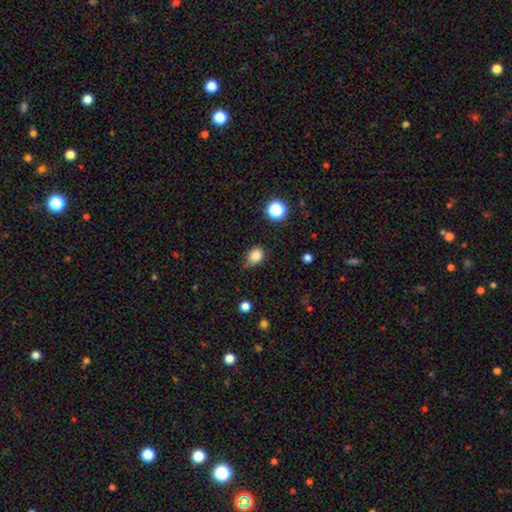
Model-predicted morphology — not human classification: A smooth galaxy with no disk features (83%) that is round (59%). Merging: none (69%).